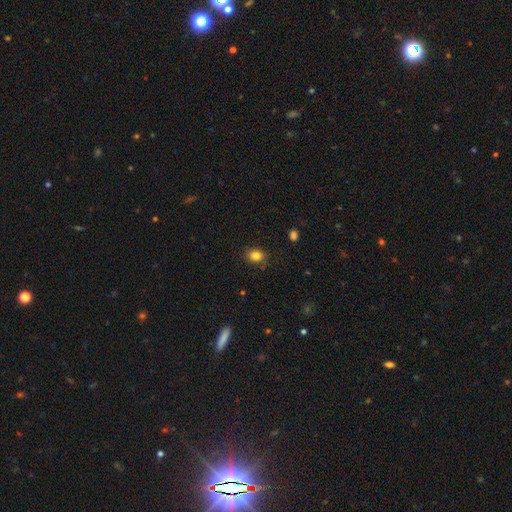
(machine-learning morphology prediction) Smooth or featured: smooth — 83% (star or artifact — 11%)
How rounded: round — 61% (in between — 38%)
Merging: none — 81% (minor disturbance — 14%)